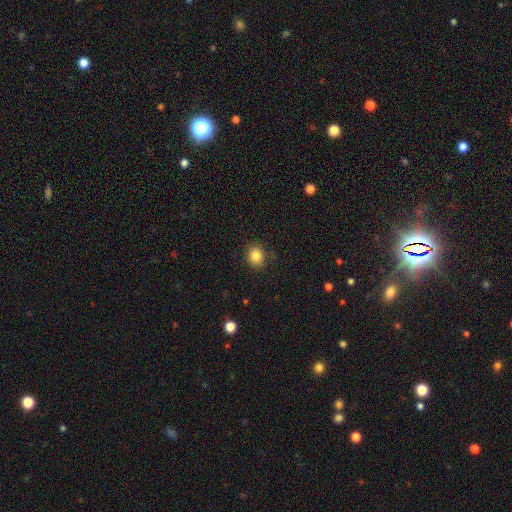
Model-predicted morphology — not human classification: smooth-or-featured: smooth: 85% | star or artifact: 10% | featured or disk: 5%
  how-rounded: round: 74% | in between: 25% | cigar-shaped: 1%
  merging: none: 86% | minor disturbance: 10% | major disturbance: 3% | merger: 1%